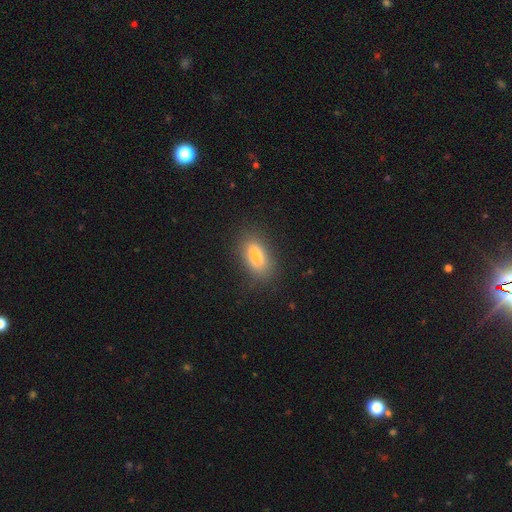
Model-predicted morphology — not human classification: Smooth or featured: smooth — 79% (featured or disk — 12%)
How rounded: in between — 84% (cigar-shaped — 11%)
Merging: none — 82% (minor disturbance — 12%)